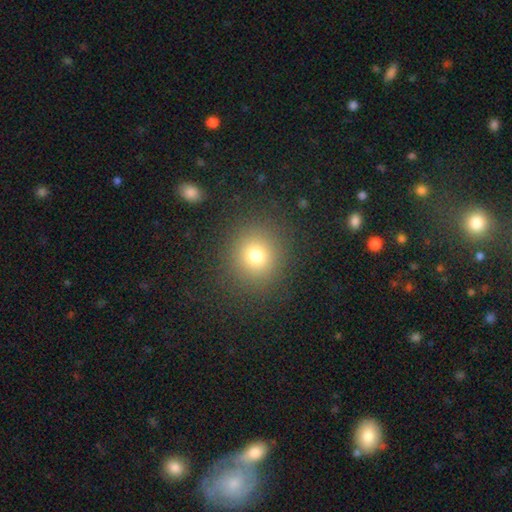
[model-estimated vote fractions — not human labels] Overall: smooth (75%). How rounded: round (90%). Merging: none (88%).